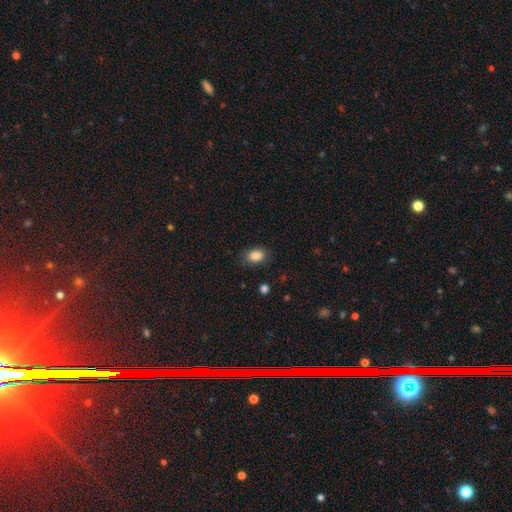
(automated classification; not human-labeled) Smooth or featured?
  - smooth: 87% *
  - star or artifact: 9%
  - featured or disk: 4%
How rounded?
  - in between: 80% *
  - round: 19%
  - cigar-shaped: 1%
Merging?
  - none: 81% *
  - minor disturbance: 14%
  - major disturbance: 4%
  - merger: 1%